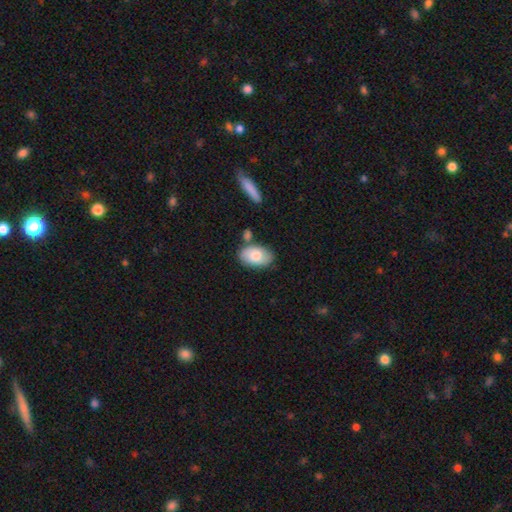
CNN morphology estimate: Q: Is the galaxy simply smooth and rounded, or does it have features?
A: smooth — 77%.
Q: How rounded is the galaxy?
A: in between — 92%.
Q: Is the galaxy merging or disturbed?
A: none — 69%.